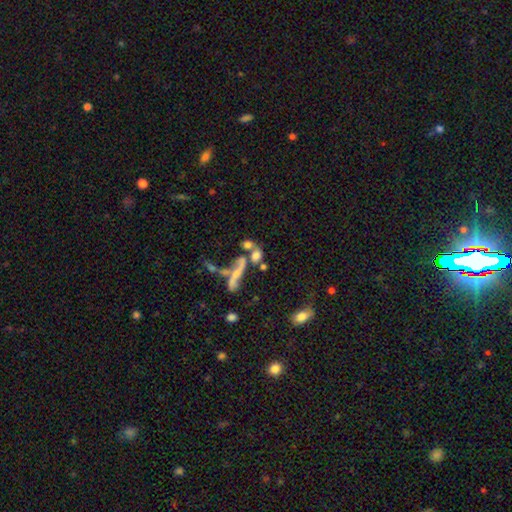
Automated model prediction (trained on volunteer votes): Morphology: type=smooth (53%); roundness=in between (49%); merging=merger (54%).